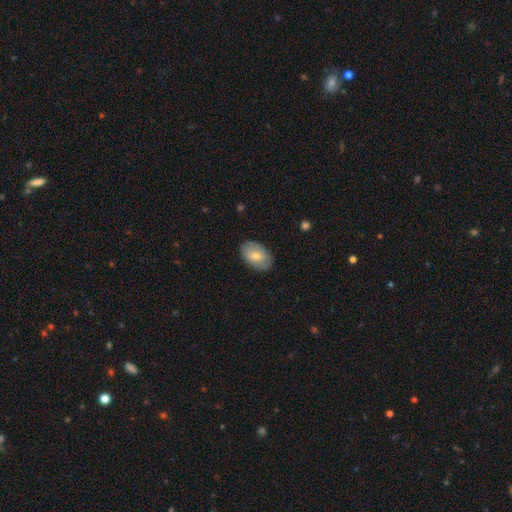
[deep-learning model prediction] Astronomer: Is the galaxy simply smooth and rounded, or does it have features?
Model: smooth — 69%.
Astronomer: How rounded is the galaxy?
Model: in between — 89%.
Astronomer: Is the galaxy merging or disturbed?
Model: none — 84%.